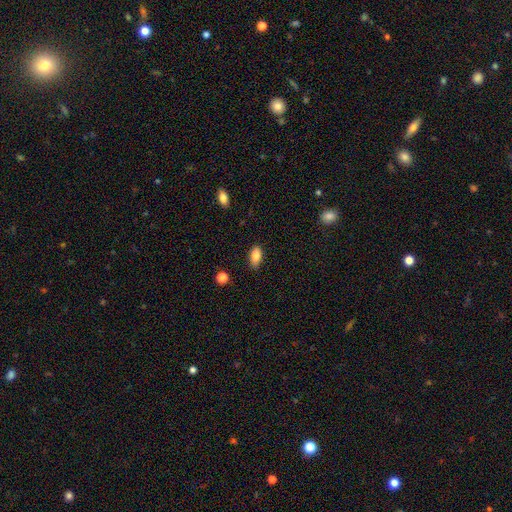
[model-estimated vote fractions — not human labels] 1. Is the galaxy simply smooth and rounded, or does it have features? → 84% smooth, 8% star or artifact, 8% featured or disk.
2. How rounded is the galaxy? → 89% in between, 7% cigar-shaped, 4% round.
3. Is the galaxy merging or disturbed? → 83% none, 13% minor disturbance, 3% major disturbance, 1% merger.